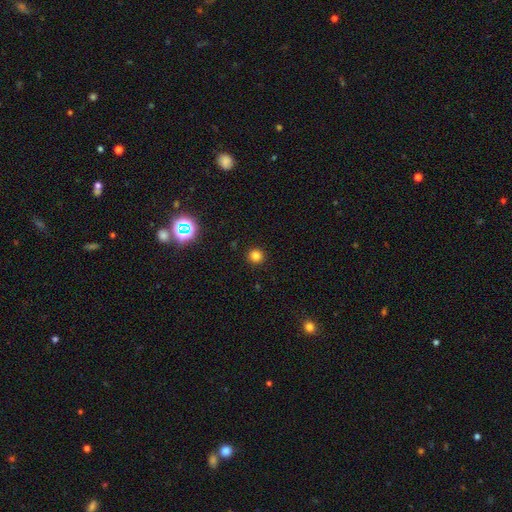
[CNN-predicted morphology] Smooth or featured? Predicted: smooth (p=0.81). How rounded? Predicted: round (p=0.94). Merging? Predicted: none (p=0.92).